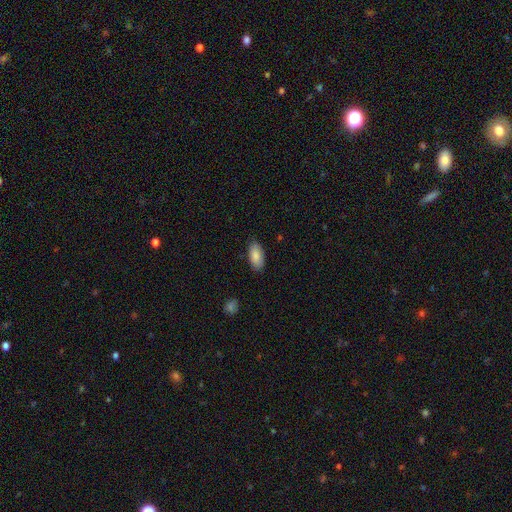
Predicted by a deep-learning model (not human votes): Smooth or featured? Predicted: smooth (p=0.87). How rounded? Predicted: in between (p=0.92). Merging? Predicted: none (p=0.84).